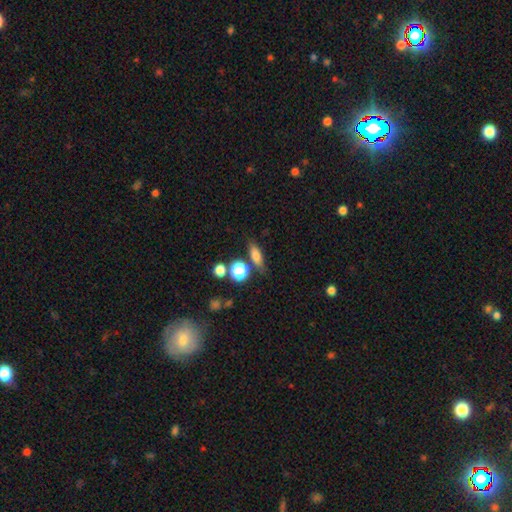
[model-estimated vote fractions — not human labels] This is likely a smooth galaxy (71%). How rounded: possibly in between (52%). Merging: likely none (72%).